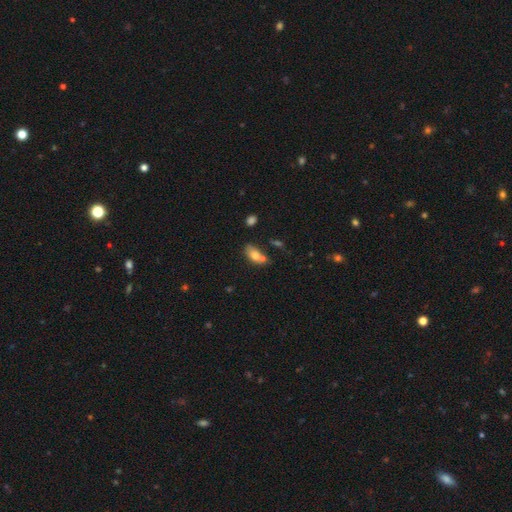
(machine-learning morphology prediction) Smooth or featured?
  - smooth: 75% *
  - featured or disk: 16%
  - star or artifact: 9%
How rounded?
  - in between: 85% *
  - round: 9%
  - cigar-shaped: 5%
Merging?
  - none: 40% *
  - merger: 36%
  - minor disturbance: 17%
  - major disturbance: 7%